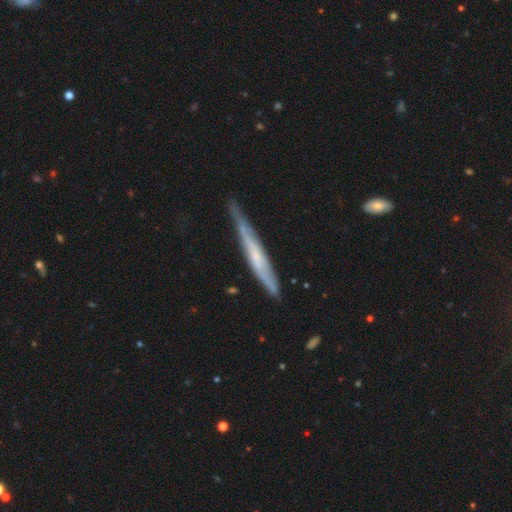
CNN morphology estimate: Smooth or featured? Predicted: featured or disk (p=0.60). Edge-on disk? Predicted: yes (p=0.87). Edge-on bulge? Predicted: none (p=0.66). Merging? Predicted: none (p=0.60).